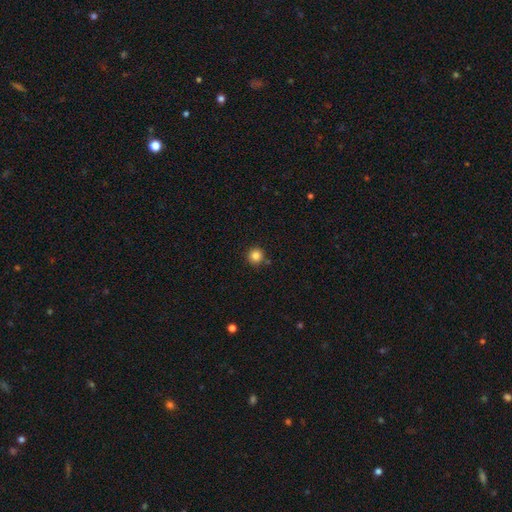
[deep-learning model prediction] smooth-or-featured: smooth: 84% | star or artifact: 12% | featured or disk: 5%
  how-rounded: round: 95% | in between: 4% | cigar-shaped: 1%
  merging: none: 85% | minor disturbance: 7% | merger: 5% | major disturbance: 2%